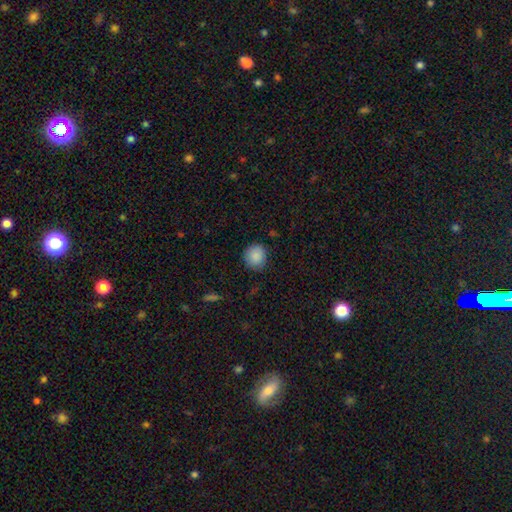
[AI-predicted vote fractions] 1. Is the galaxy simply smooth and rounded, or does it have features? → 88% smooth, 8% star or artifact, 4% featured or disk.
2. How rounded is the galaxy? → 87% round, 12% in between, 1% cigar-shaped.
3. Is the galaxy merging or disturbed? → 85% none, 11% minor disturbance, 3% major disturbance, 1% merger.